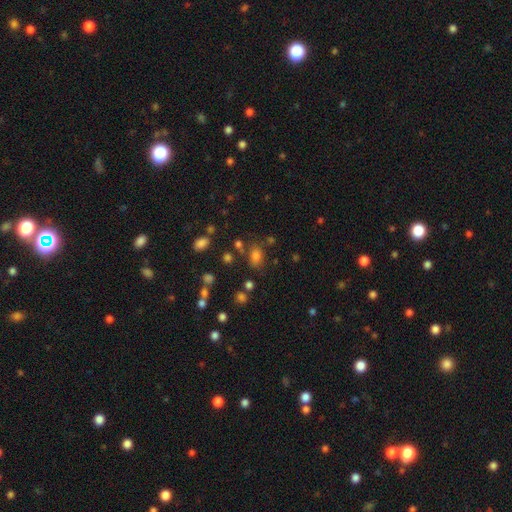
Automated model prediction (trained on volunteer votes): Morphology: type=smooth (75%); roundness=in between (73%); merging=none (71%).